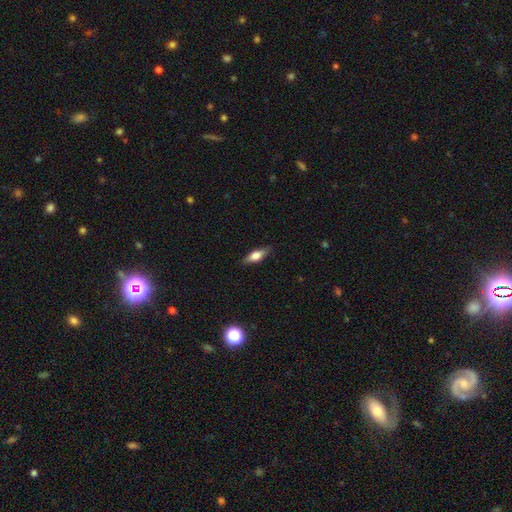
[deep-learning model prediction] Morphology: type=smooth (51%); roundness=in between (53%); merging=none (85%).